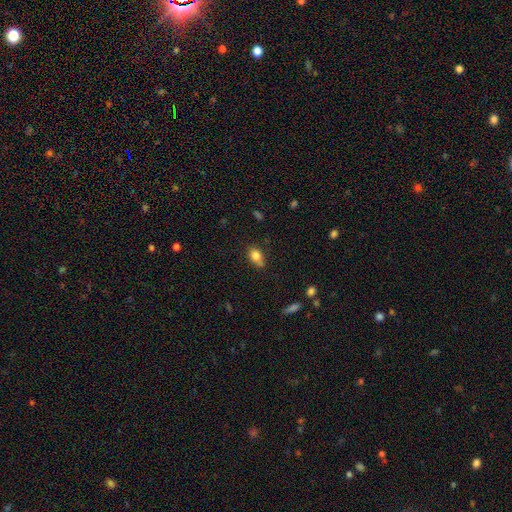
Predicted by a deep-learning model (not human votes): This is clearly a smooth galaxy (80%). How rounded: likely in between (78%). Merging: possibly none (55%).